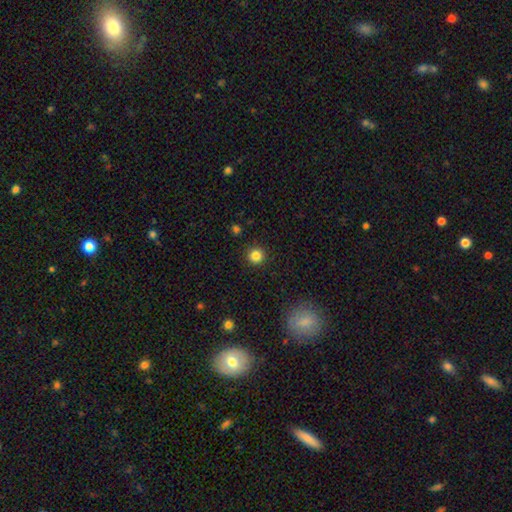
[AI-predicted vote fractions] A smooth galaxy with no disk features (83%) that is round (95%). Merging: none (92%).